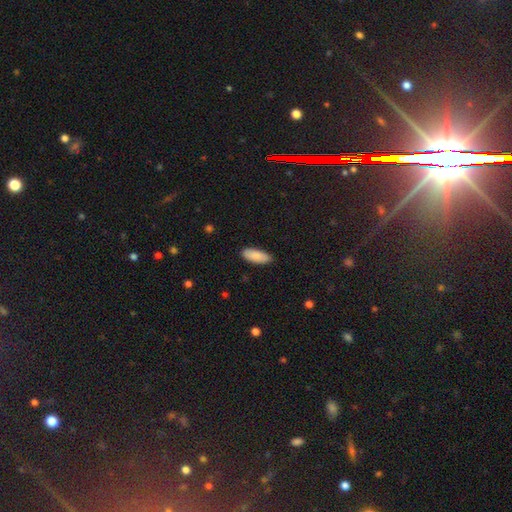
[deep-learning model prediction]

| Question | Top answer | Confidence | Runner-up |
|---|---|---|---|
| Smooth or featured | smooth | 88% | featured or disk (7%) |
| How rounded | in between | 80% | cigar-shaped (19%) |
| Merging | none | 87% | minor disturbance (10%) |